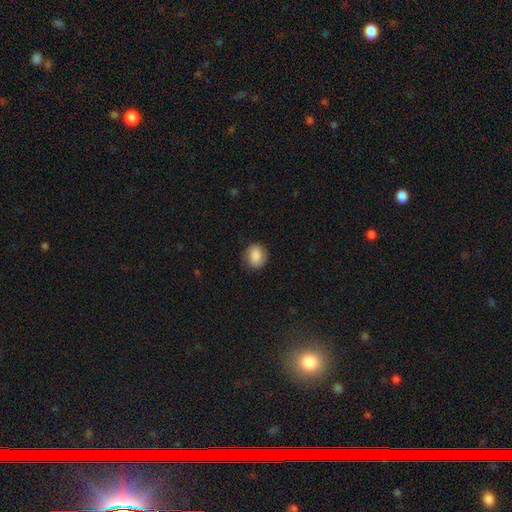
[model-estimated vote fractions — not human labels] smooth-or-featured: smooth: 84% | featured or disk: 8% | star or artifact: 8%
  how-rounded: round: 62% | in between: 37% | cigar-shaped: 1%
  merging: none: 81% | minor disturbance: 14% | major disturbance: 4% | merger: 1%